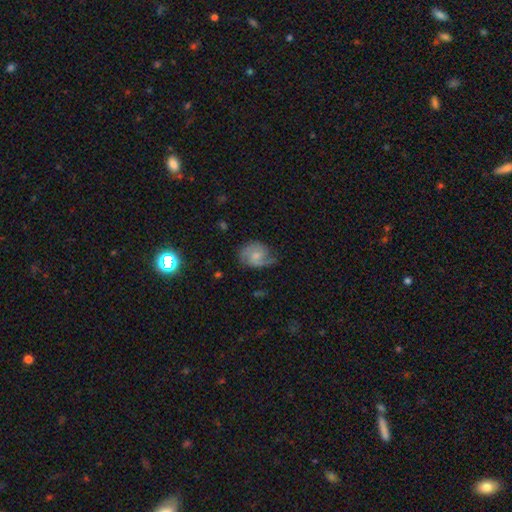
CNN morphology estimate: type=featured or disk (60%); edge-on=no (97%); bar=no (61%); spiral arms=yes (90%); winding=medium (44%); arm count=2 (63%); bulge=small (44%); merging=none (57%).